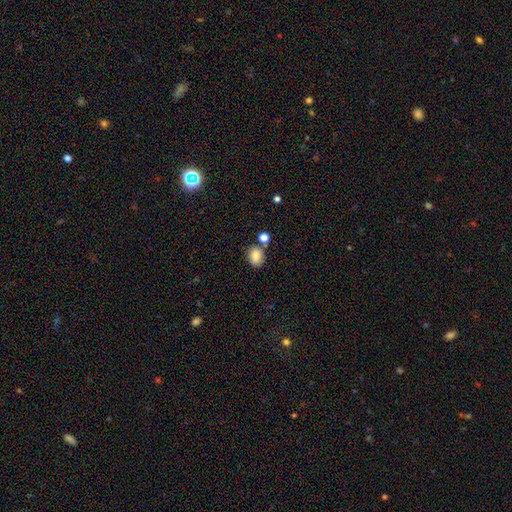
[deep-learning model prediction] This is clearly a smooth galaxy (83%). How rounded: possibly round (50%). Merging: likely none (73%).